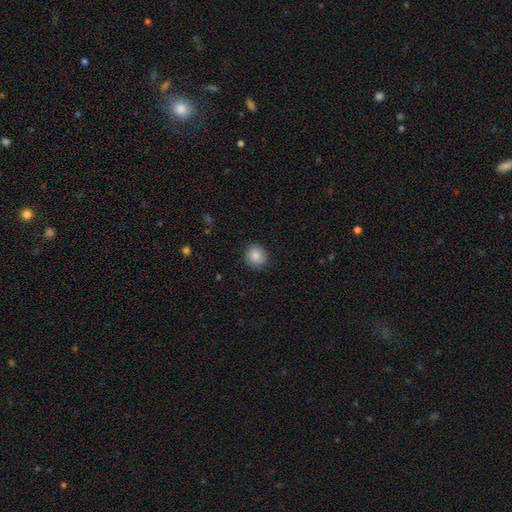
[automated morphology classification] A smooth galaxy with no disk features (86%) that is round (85%). Merging: none (87%).